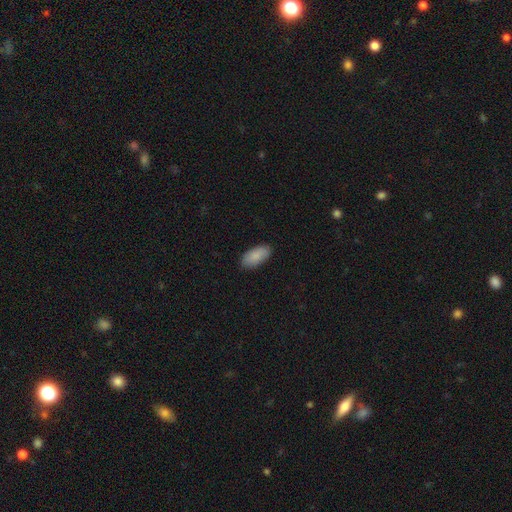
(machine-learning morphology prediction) This is clearly a smooth galaxy (89%). How rounded: clearly in between (93%). Merging: clearly none (87%).